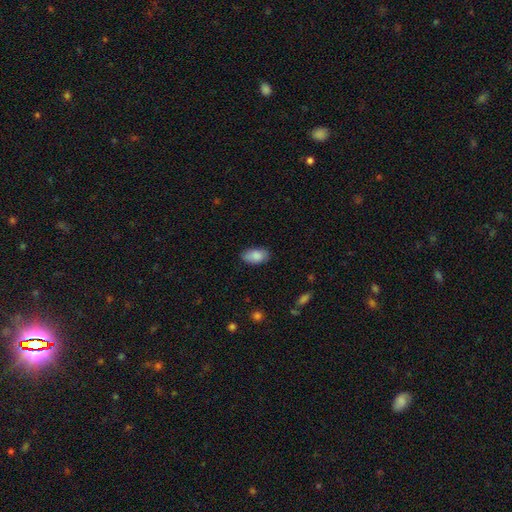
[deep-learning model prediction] This appears to be a smooth galaxy with no disk features (86%) that is in between round and cigar-shaped (94%). Merging: none (80%).